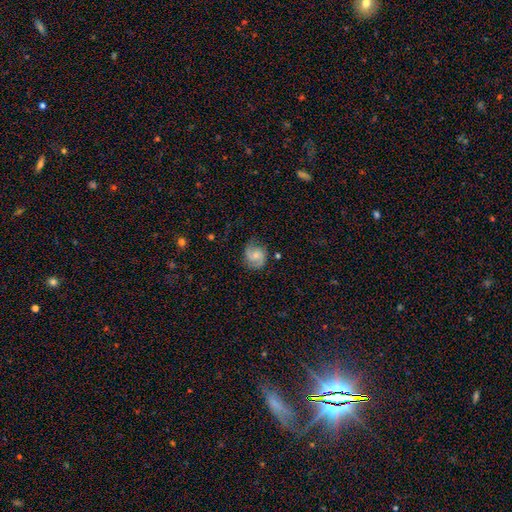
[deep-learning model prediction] Morphology: type=featured or disk (65%); edge-on=no (98%); bar=no (59%); spiral arms=yes (94%); winding=medium (48%); arm count=2 (83%); bulge=small (49%); merging=none (71%).